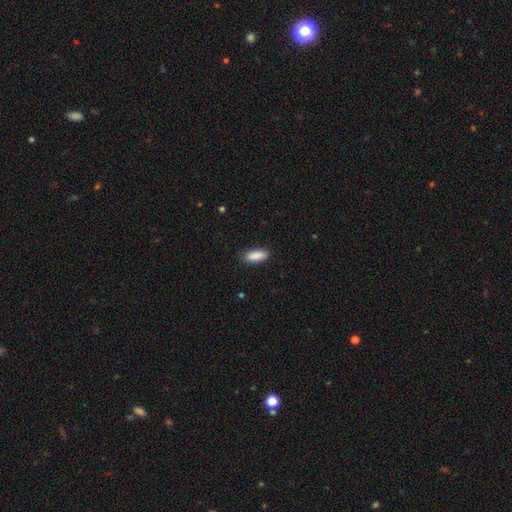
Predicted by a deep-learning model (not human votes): Q: Smooth or featured?
A: smooth (90%); runner-up: star or artifact (7%)
Q: How rounded?
A: in between (73%); runner-up: cigar-shaped (25%)
Q: Merging?
A: none (87%); runner-up: minor disturbance (10%)